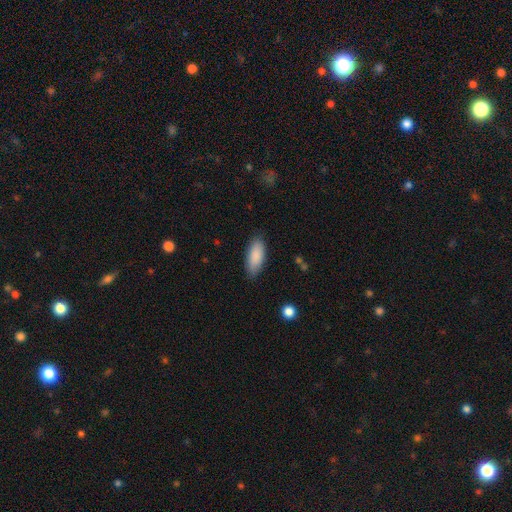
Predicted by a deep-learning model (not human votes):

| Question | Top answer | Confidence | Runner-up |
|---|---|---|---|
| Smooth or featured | smooth | 89% | star or artifact (6%) |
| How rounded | in between | 83% | cigar-shaped (15%) |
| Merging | none | 85% | minor disturbance (12%) |